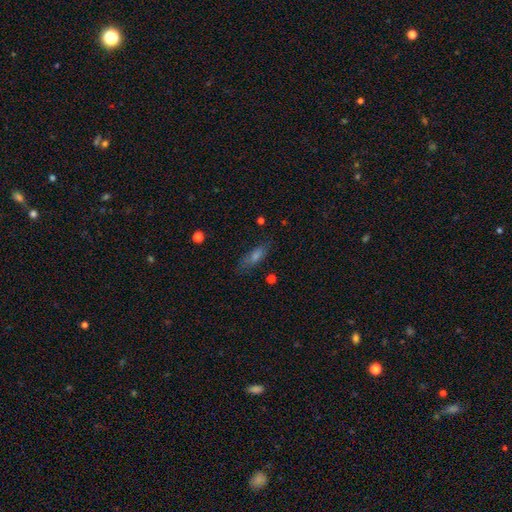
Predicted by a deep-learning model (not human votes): Morphology: type=smooth (50%); merging=none (77%).